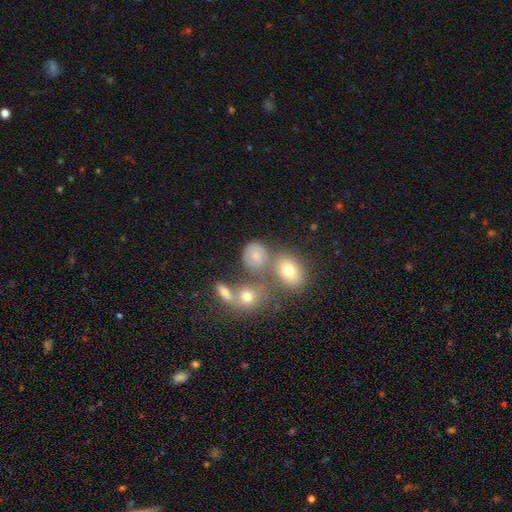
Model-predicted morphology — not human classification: Smooth or featured?
  - smooth: 66% *
  - featured or disk: 19%
  - star or artifact: 15%
How rounded?
  - round: 62% *
  - in between: 37%
  - cigar-shaped: 2%
Merging?
  - none: 54% *
  - merger: 25%
  - minor disturbance: 14%
  - major disturbance: 7%